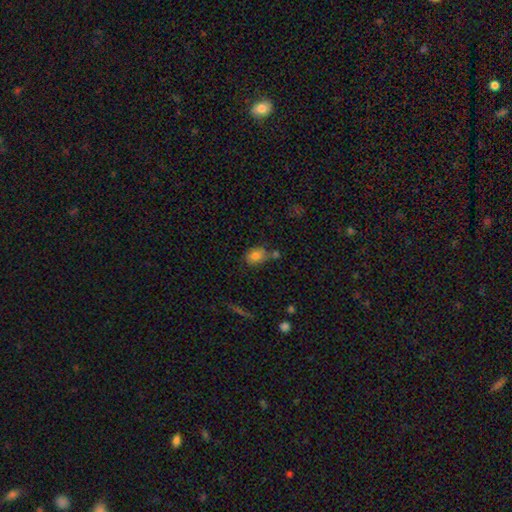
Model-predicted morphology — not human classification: smooth 79%, star or artifact 10%, featured or disk 10%. Down the decision tree: how rounded — in between (61%); merging — none (56%).